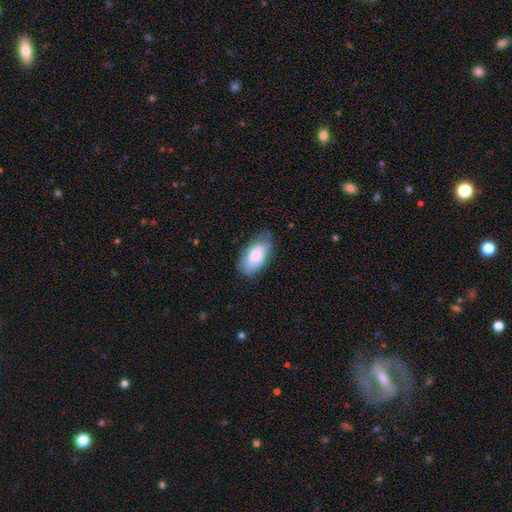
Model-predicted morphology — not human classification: Smooth or featured?
  - smooth: 76% *
  - featured or disk: 18%
  - star or artifact: 7%
How rounded?
  - in between: 93% *
  - cigar-shaped: 4%
  - round: 3%
Merging?
  - none: 62% *
  - minor disturbance: 28%
  - major disturbance: 9%
  - merger: 1%